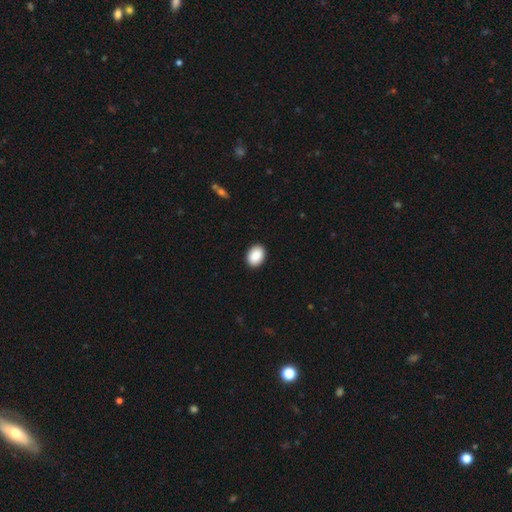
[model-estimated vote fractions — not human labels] A smooth galaxy with no disk features (91%) that is in between round and cigar-shaped (76%). Merging: none (91%).